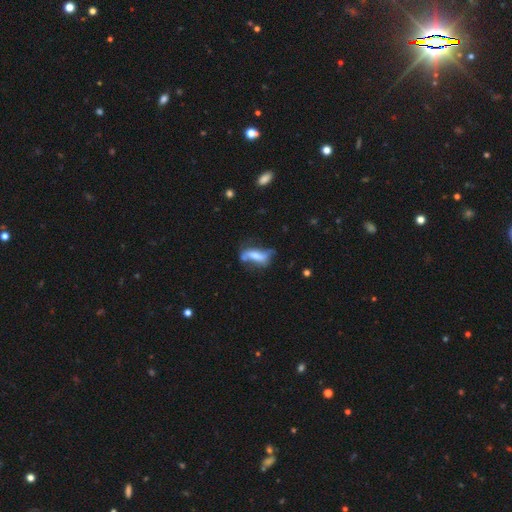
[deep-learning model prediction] Q: Smooth or featured?
A: smooth (46%); runner-up: featured or disk (45%)
Q: Merging?
A: none (39%); runner-up: minor disturbance (28%)